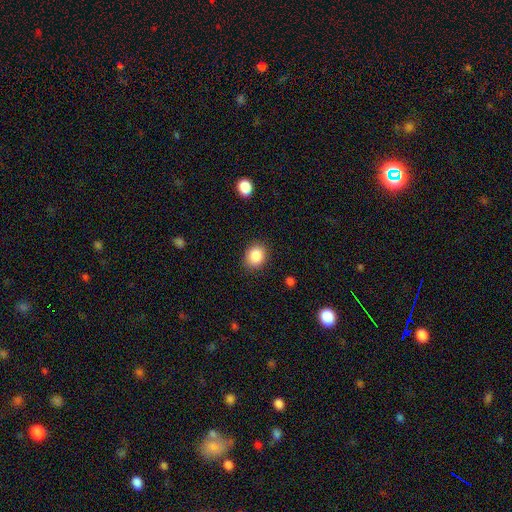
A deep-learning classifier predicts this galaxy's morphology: smooth_or_featured: smooth (p=0.87) [alt: star or artifact p=0.09]
how_rounded: round (p=0.58) [alt: in between p=0.42]
merging: none (p=0.87) [alt: minor disturbance p=0.09]